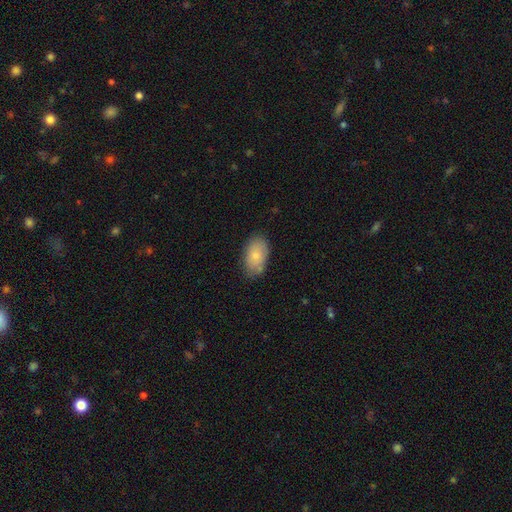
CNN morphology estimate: Smooth or featured? Predicted: smooth (p=0.79). How rounded? Predicted: in between (p=0.92). Merging? Predicted: none (p=0.75).